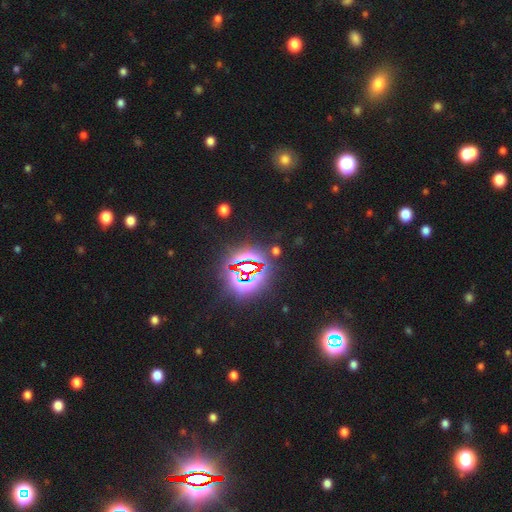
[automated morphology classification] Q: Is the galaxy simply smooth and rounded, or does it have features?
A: star or artifact — 80%.